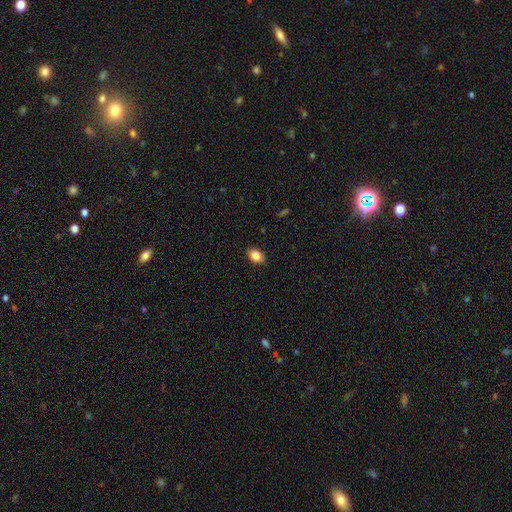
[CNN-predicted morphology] This is clearly a smooth galaxy (85%). How rounded: clearly in between (80%). Merging: clearly none (88%).